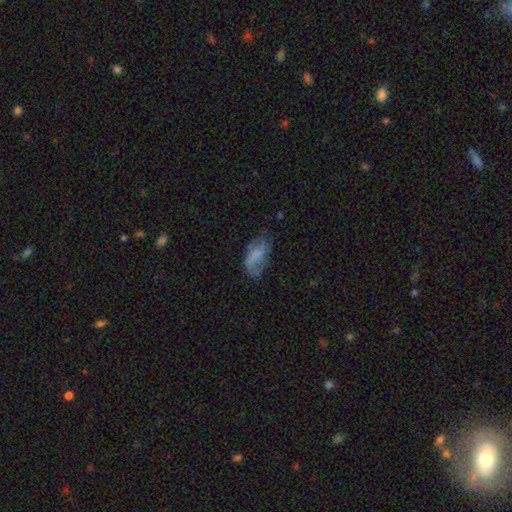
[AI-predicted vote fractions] A smooth galaxy with no disk features (55%) that is in between round and cigar-shaped (91%).

Vote fractions:
- Smooth or featured? smooth: 55% / featured or disk: 36% / star or artifact: 10%
- How rounded? in between: 91% / round: 4% / cigar-shaped: 4%
- Merging? none: 42% / minor disturbance: 31% / major disturbance: 25% / merger: 3%